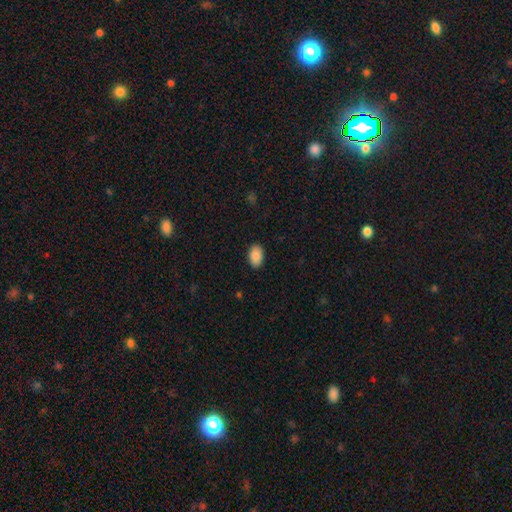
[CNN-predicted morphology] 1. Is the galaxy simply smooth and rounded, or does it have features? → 90% smooth, 7% star or artifact, 3% featured or disk.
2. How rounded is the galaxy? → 91% in between, 7% round, 1% cigar-shaped.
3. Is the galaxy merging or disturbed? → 89% none, 8% minor disturbance, 2% major disturbance, 1% merger.